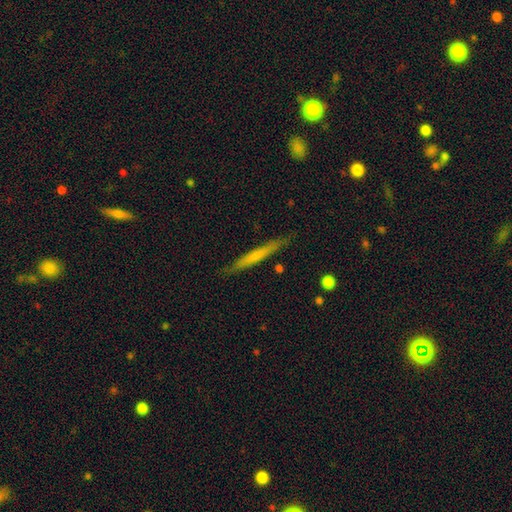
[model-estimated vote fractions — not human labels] This is possibly a smooth galaxy (57%). How rounded: clearly cigar-shaped (96%). Merging: clearly none (87%).